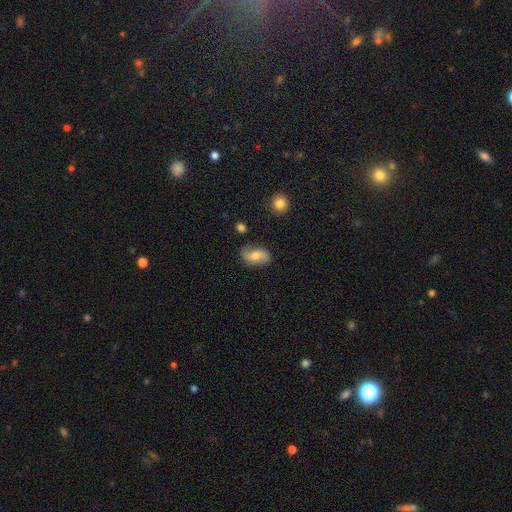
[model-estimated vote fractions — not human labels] The model was most divided on "smooth or featured": featured or disk: 50%, smooth: 42%, star or artifact: 8%. More confident: edge-on disk — no (95%); merging — none (73%).